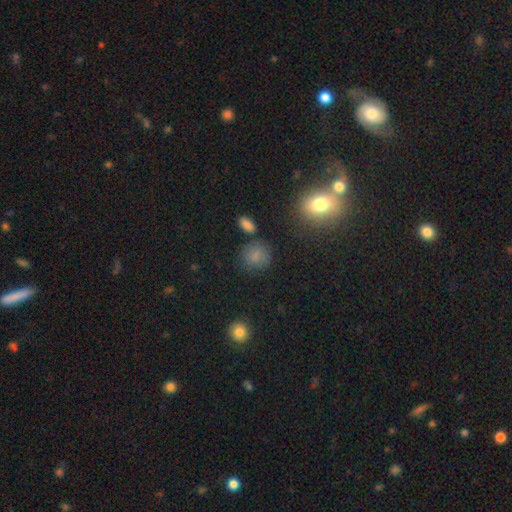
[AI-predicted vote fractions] smooth 78%, star or artifact 14%, featured or disk 8%. Down the decision tree: how rounded — round (79%); merging — none (75%).